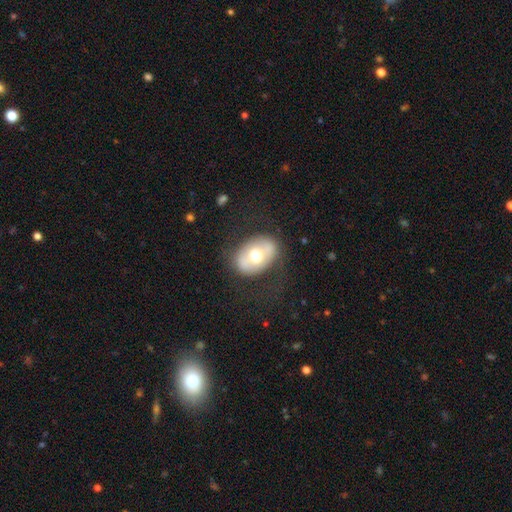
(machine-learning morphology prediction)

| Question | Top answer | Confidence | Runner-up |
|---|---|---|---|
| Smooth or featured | smooth | 53% | featured or disk (40%) |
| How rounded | in between | 73% | round (26%) |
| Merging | none | 72% | minor disturbance (15%) |